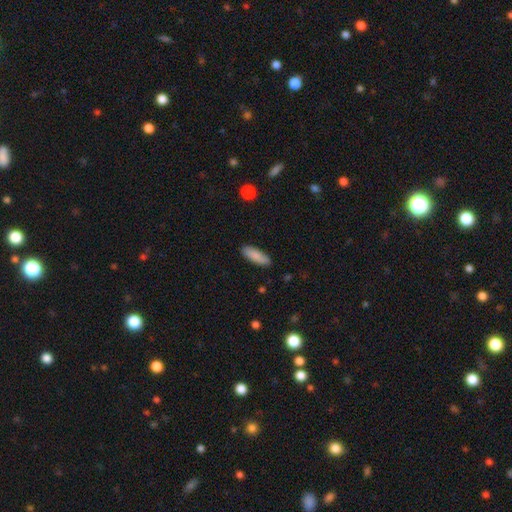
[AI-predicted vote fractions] Q: Smooth or featured?
A: smooth (87%); runner-up: featured or disk (7%)
Q: How rounded?
A: in between (57%); runner-up: cigar-shaped (41%)
Q: Merging?
A: none (87%); runner-up: minor disturbance (10%)